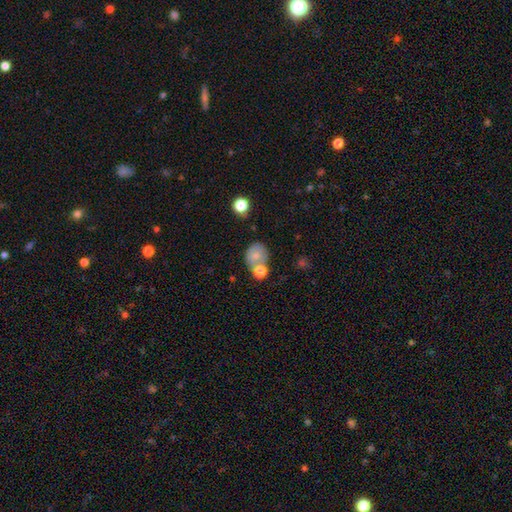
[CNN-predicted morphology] type=smooth (69%); roundness=round (58%); merging=none (46%).